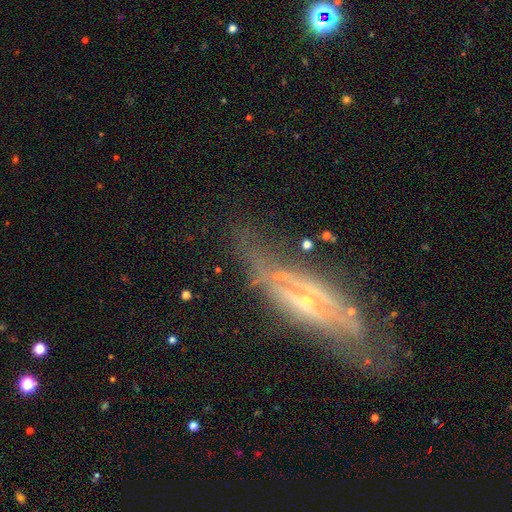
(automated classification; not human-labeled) Smooth or featured?
  - featured or disk: 73% *
  - smooth: 16%
  - star or artifact: 11%
Edge-on disk?
  - no: 59% *
  - yes: 41%
Merging?
  - none: 62% *
  - minor disturbance: 22%
  - major disturbance: 13%
  - merger: 3%